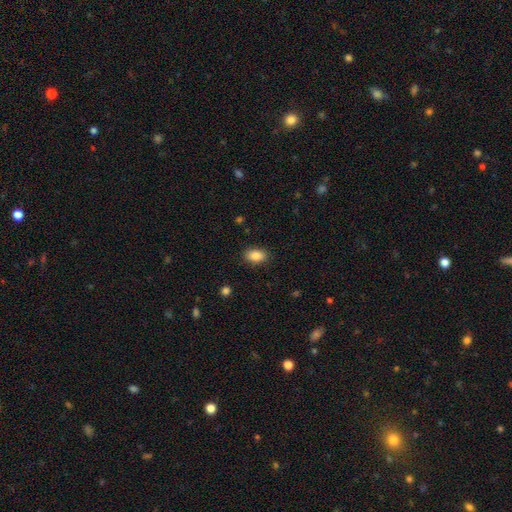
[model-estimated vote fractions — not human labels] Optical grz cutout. It shows a smooth galaxy with no disk features (86%) that is in between round and cigar-shaped (87%). Merging: none (87%).